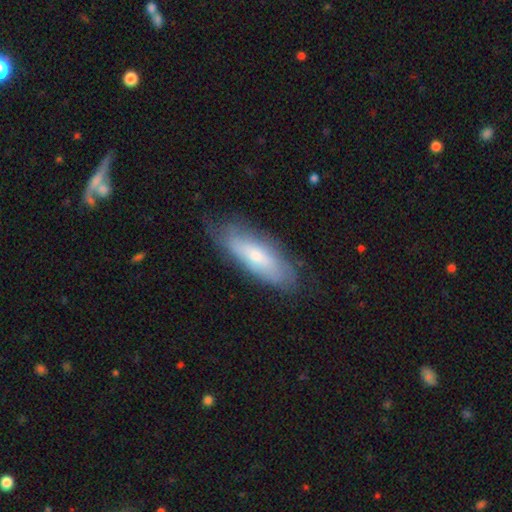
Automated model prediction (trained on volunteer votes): Smooth or featured?
  - smooth: 53% *
  - featured or disk: 40%
  - star or artifact: 7%
How rounded?
  - in between: 59% *
  - cigar-shaped: 39%
  - round: 2%
Merging?
  - none: 67% *
  - minor disturbance: 24%
  - major disturbance: 7%
  - merger: 1%